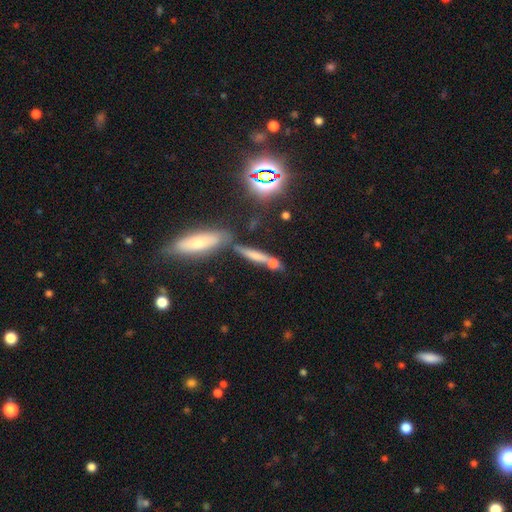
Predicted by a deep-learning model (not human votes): Overall: smooth (60%; featured or disk 26%). How rounded: cigar-shaped (77%). Merging: none (49%; merger 33%).